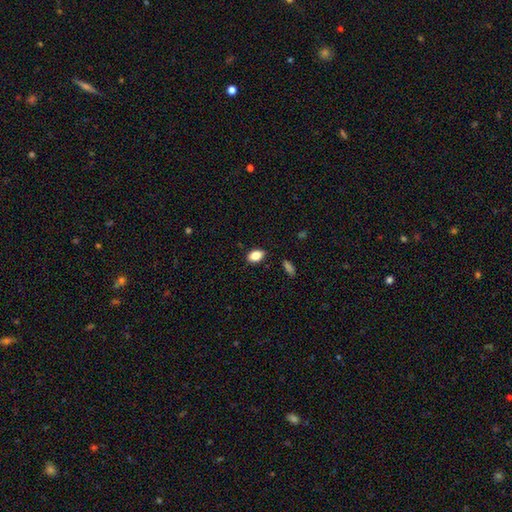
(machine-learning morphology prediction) The model was most divided on "merging": none: 85%, minor disturbance: 11%, major disturbance: 2%, merger: 2%. More confident: how rounded — in between (86%); smooth or featured — smooth (85%).